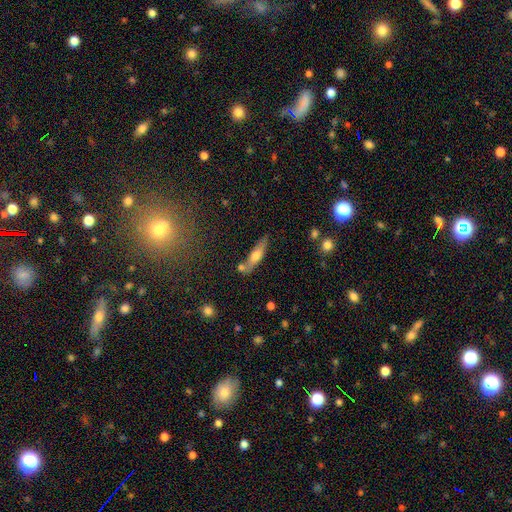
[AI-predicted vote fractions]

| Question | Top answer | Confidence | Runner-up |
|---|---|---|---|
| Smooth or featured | smooth | 55% | featured or disk (38%) |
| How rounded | cigar-shaped | 72% | in between (26%) |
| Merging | none | 62% | minor disturbance (17%) |